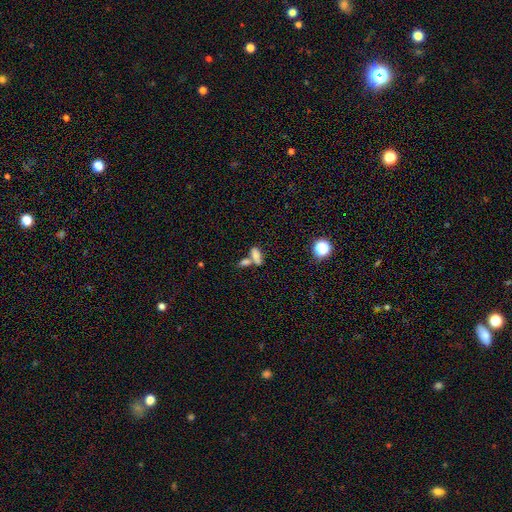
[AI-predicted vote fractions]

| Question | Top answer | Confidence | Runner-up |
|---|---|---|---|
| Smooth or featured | smooth | 72% | featured or disk (16%) |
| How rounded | in between | 75% | cigar-shaped (19%) |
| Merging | merger | 53% | none (32%) |